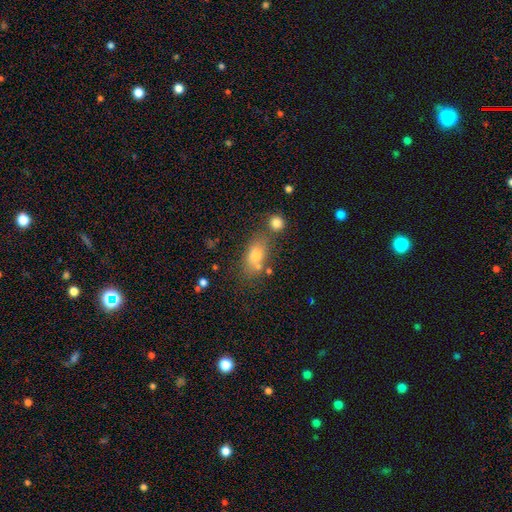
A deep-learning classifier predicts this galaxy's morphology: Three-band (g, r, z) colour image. It shows a smooth galaxy with no disk features (74%) that is in between round and cigar-shaped (76%). Merging: none (62%).